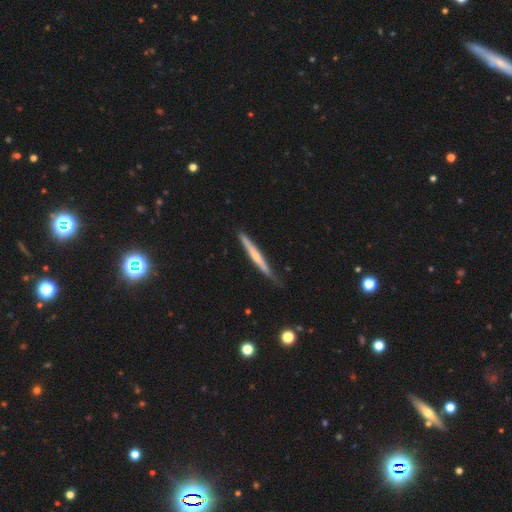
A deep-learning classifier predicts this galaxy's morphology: Q: Smooth or featured?
A: featured or disk (51%); runner-up: smooth (43%)
Q: Edge-on disk?
A: yes (96%); runner-up: no (4%)
Q: Merging?
A: none (75%); runner-up: minor disturbance (21%)